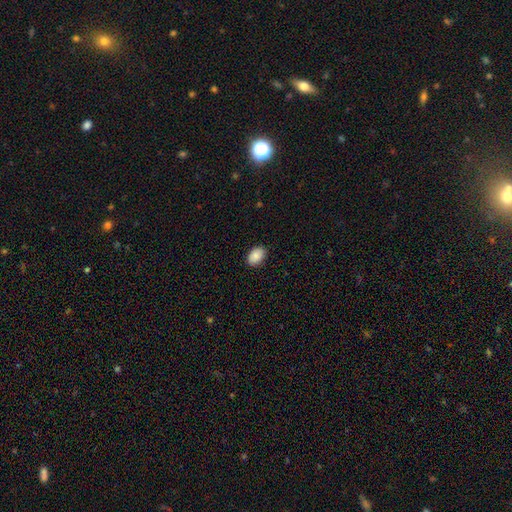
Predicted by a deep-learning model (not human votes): smooth 88%, star or artifact 7%, featured or disk 5%. Down the decision tree: how rounded — in between (85%); merging — none (88%).